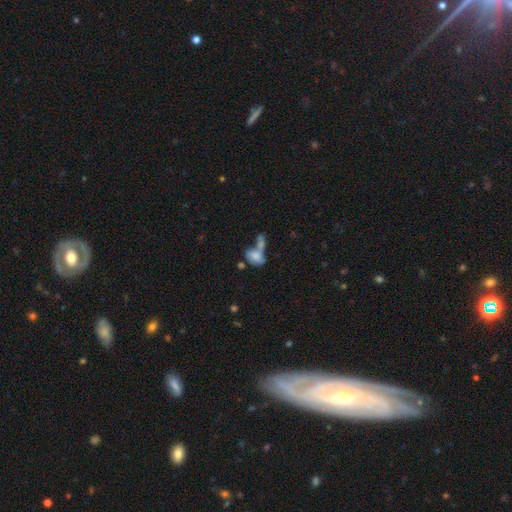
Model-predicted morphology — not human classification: A smooth galaxy with no disk features (63%) that is in between round and cigar-shaped (82%). Merging: merger (54%).